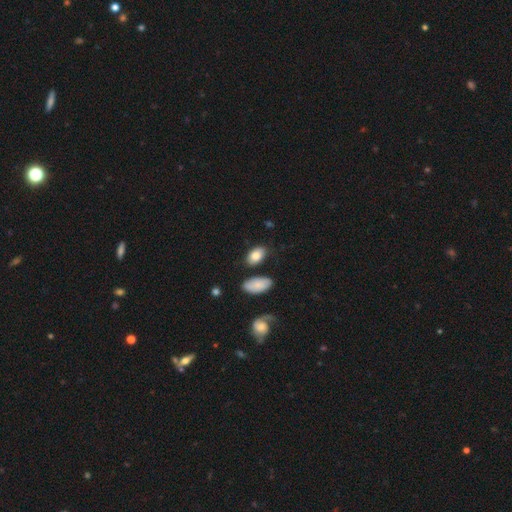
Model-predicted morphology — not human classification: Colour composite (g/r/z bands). It shows a smooth galaxy with no disk features (83%) that is in between round and cigar-shaped (91%). Merging: none (76%).